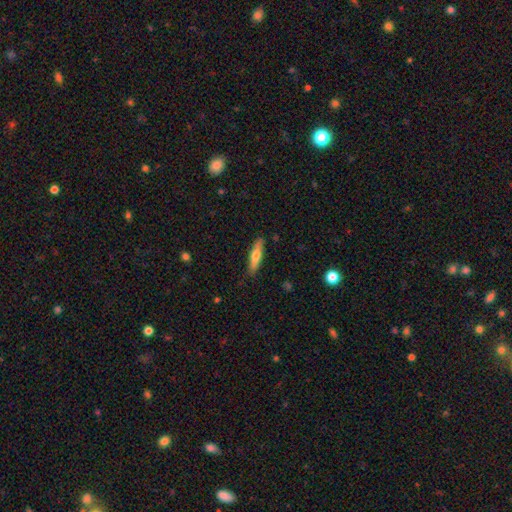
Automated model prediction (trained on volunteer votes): smooth_or_featured: smooth (p=0.61) [alt: featured or disk p=0.33]
how_rounded: cigar-shaped (p=0.77) [alt: in between p=0.21]
merging: none (p=0.87) [alt: minor disturbance p=0.10]